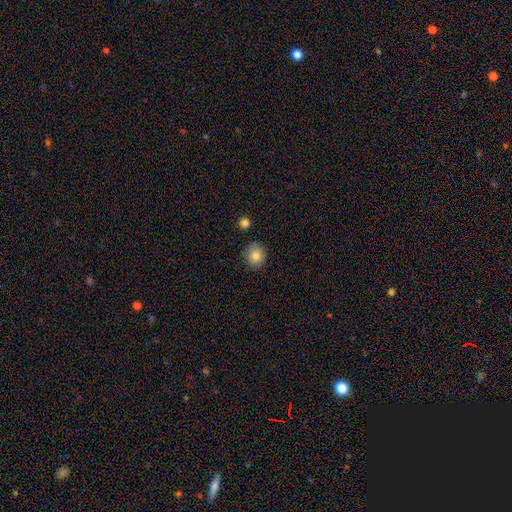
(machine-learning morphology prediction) Smooth or featured? smooth (83%)
How rounded? round (85%)
Merging? none (86%)